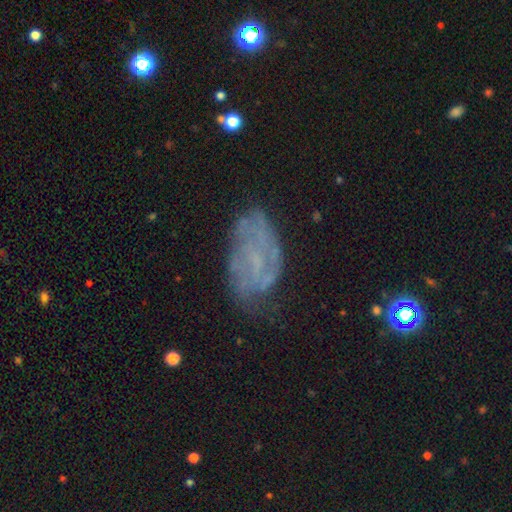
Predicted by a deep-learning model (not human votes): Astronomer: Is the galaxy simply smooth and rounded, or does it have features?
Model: featured or disk — 62%.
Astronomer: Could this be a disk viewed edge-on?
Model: no — 96%.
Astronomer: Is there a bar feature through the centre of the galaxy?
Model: no — 59%.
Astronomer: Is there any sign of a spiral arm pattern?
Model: yes — 64%.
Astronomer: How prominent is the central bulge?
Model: none — 55% (runner-up: small, 35%).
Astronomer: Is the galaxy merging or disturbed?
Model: none — 58%.